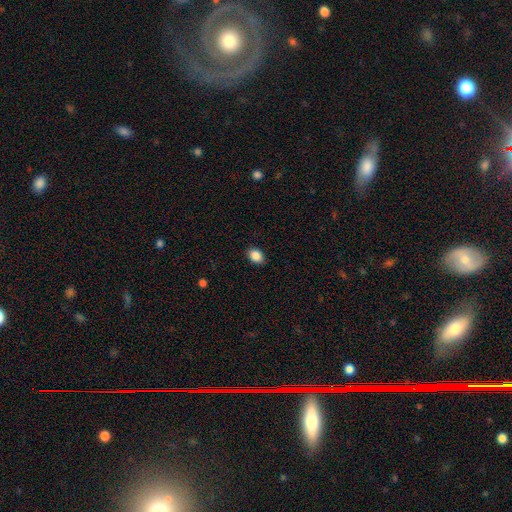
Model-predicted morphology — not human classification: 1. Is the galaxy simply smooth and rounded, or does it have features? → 87% smooth, 9% star or artifact, 4% featured or disk.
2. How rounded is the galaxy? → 70% in between, 29% round, 1% cigar-shaped.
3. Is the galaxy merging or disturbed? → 88% none, 8% minor disturbance, 2% major disturbance, 1% merger.